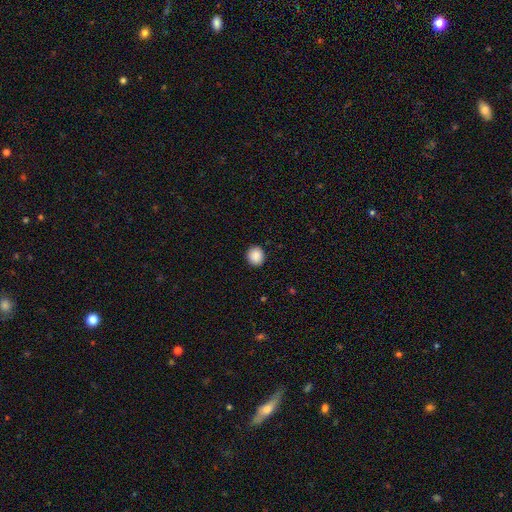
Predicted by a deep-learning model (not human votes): This is clearly a smooth galaxy (88%). How rounded: clearly round (86%). Merging: clearly none (91%).